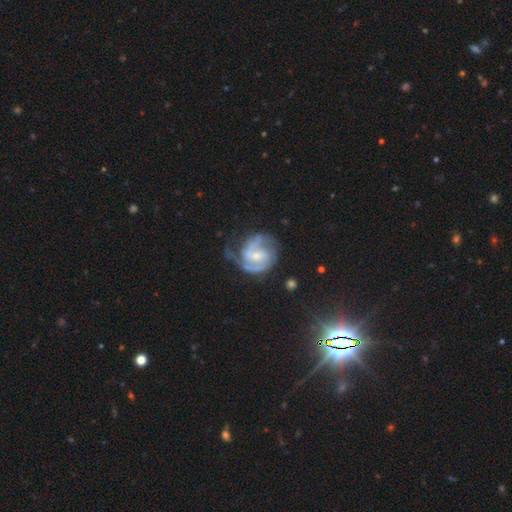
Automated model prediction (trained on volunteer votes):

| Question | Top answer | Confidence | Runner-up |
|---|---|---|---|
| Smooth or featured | featured or disk | 88% | smooth (7%) |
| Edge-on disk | no | 98% | yes (2%) |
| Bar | weak | 49% | no (38%) |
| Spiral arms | yes | 97% | no (3%) |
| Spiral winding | medium | 50% | tight (38%) |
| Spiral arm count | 2 | 70% | 3 (12%) |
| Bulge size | small | 50% | moderate (39%) |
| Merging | none | 58% | minor disturbance (23%) |